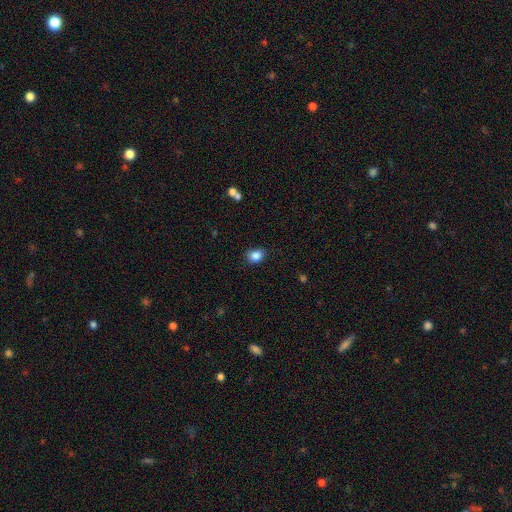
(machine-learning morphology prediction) Smooth or featured?
  - smooth: 86% *
  - star or artifact: 10%
  - featured or disk: 4%
How rounded?
  - in between: 57% *
  - round: 42%
  - cigar-shaped: 1%
Merging?
  - none: 82% *
  - minor disturbance: 14%
  - major disturbance: 3%
  - merger: 1%